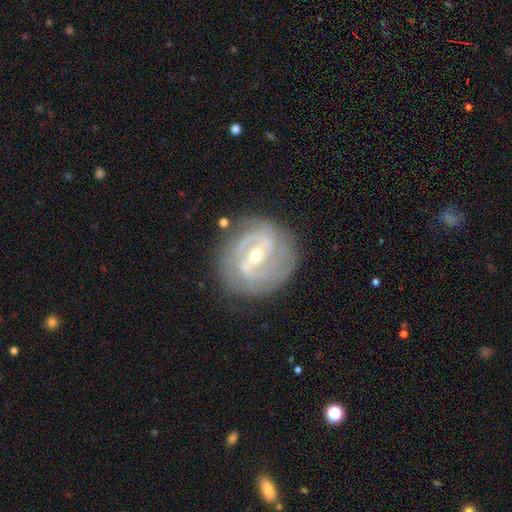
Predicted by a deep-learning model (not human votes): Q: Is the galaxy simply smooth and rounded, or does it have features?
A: featured or disk — 87%.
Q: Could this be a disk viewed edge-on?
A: no — 96%.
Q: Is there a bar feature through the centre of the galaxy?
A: weak — 43%.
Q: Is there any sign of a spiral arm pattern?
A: yes — 94%.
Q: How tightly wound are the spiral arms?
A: tight — 58%.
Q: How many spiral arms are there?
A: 2 — 50%.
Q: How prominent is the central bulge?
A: moderate — 49%.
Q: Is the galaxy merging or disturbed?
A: none — 79%.